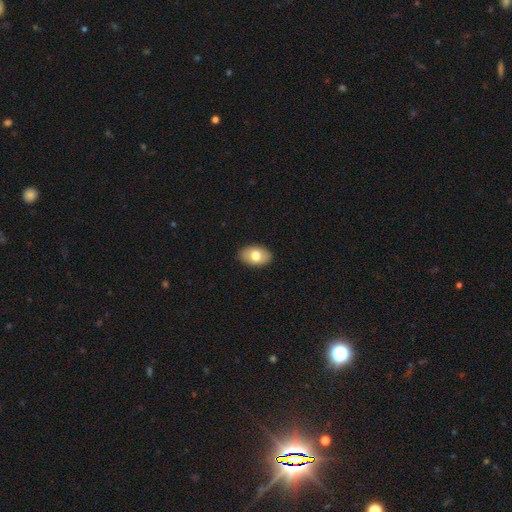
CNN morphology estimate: A smooth galaxy with no disk features (76%) that is in between round and cigar-shaped (90%).

Vote fractions:
- Smooth or featured? smooth: 76% / featured or disk: 17% / star or artifact: 7%
- How rounded? in between: 90% / round: 9% / cigar-shaped: 1%
- Merging? none: 89% / minor disturbance: 8% / major disturbance: 2% / merger: 1%